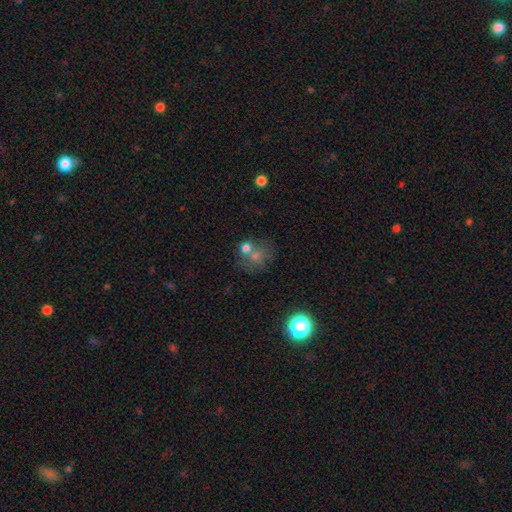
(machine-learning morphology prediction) A smooth galaxy with no disk features (56%) that is round (79%).

Vote fractions:
- Smooth or featured? smooth: 56% / star or artifact: 26% / featured or disk: 18%
- How rounded? round: 79% / in between: 20% / cigar-shaped: 1%
- Merging? none: 52% / merger: 32% / minor disturbance: 10% / major disturbance: 6%